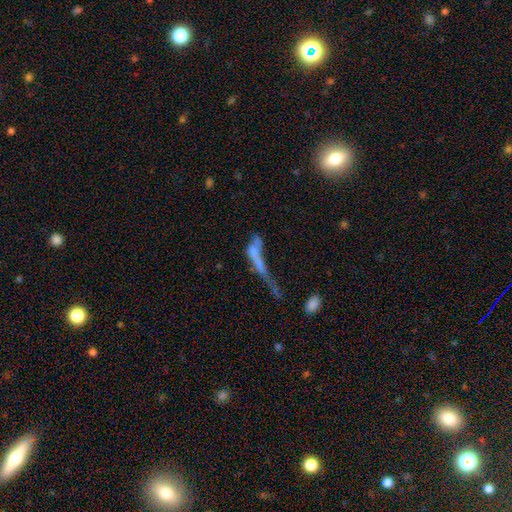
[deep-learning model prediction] smooth-or-featured: smooth: 45% | featured or disk: 40% | star or artifact: 15%
  merging: major disturbance: 43% | merger: 33% | none: 14% | minor disturbance: 10%